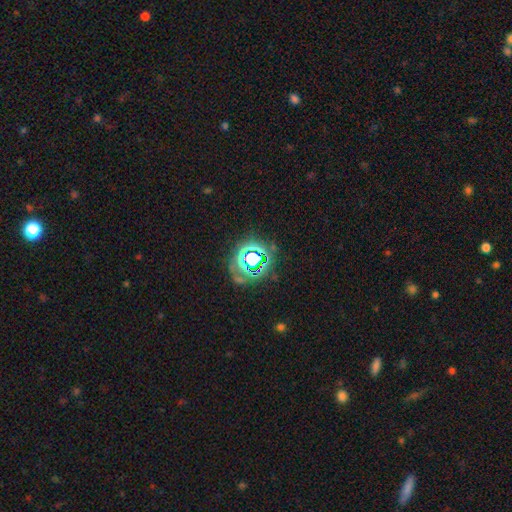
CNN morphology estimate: This appears to be a star or artifact, not a galaxy (72%).